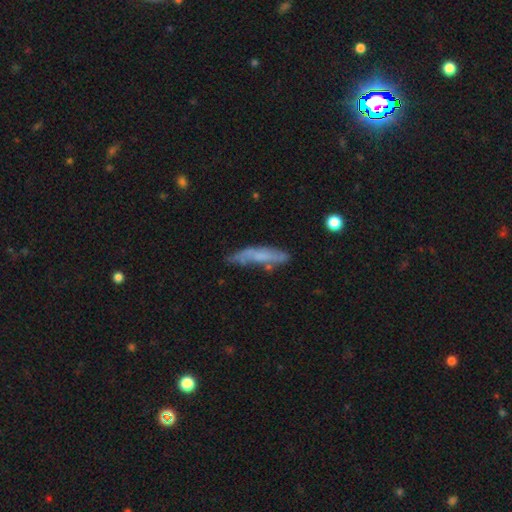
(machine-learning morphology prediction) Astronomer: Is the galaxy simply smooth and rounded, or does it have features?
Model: smooth — 51% (runner-up: featured or disk, 41%).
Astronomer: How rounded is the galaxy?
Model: cigar-shaped — 82%.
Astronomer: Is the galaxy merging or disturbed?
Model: none — 54%.